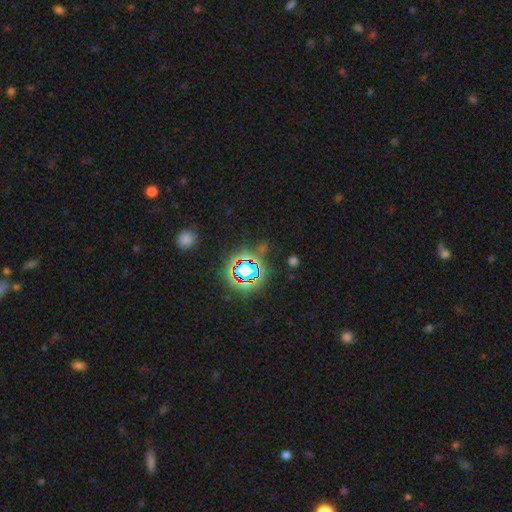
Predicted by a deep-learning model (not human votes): star or artifact 77%, smooth 14%, featured or disk 9%.